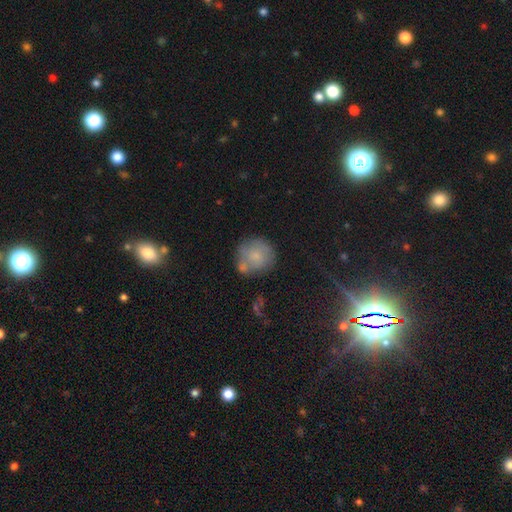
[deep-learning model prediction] Smooth or featured? smooth (72%)
How rounded? round (90%)
Merging? none (54%)